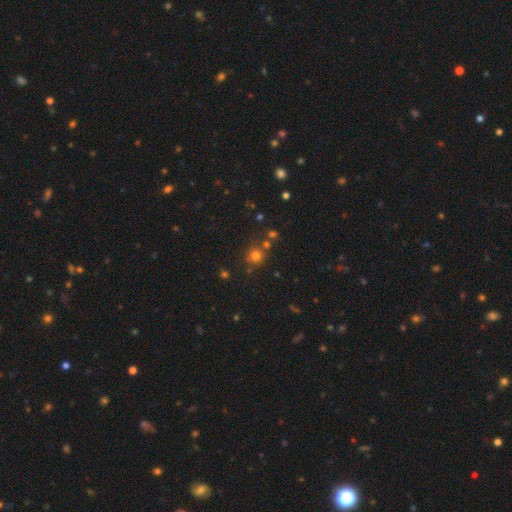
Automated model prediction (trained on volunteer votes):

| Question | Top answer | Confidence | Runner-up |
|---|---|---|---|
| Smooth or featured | smooth | 73% | star or artifact (20%) |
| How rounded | round | 90% | in between (9%) |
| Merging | none | 74% | merger (13%) |